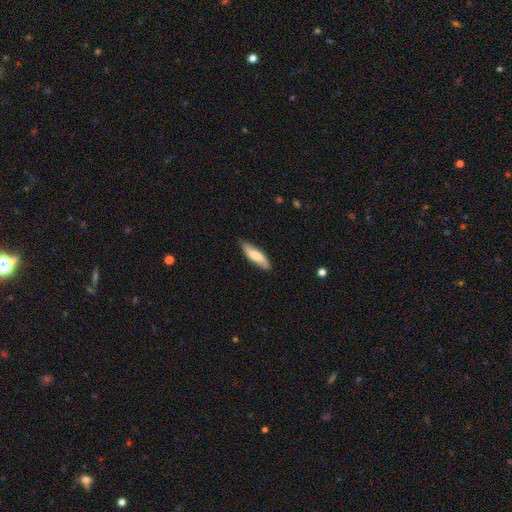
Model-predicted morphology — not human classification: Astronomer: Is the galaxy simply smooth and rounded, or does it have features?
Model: smooth — 68%.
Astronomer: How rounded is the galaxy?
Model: cigar-shaped — 59% (runner-up: in between, 40%).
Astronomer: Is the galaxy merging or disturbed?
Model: none — 81%.